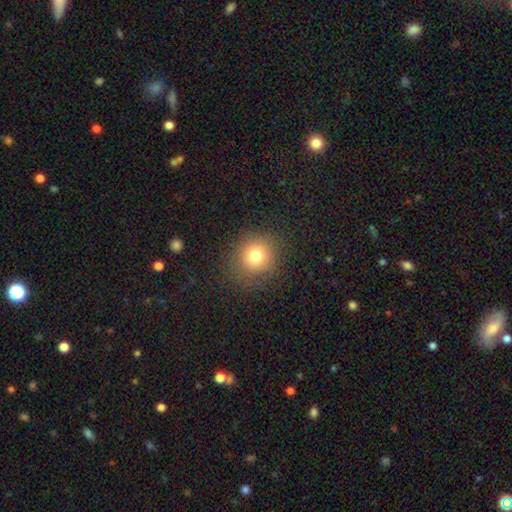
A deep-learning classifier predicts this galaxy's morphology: smooth 76%, star or artifact 15%, featured or disk 9%. Down the decision tree: how rounded — round (90%); merging — none (85%).